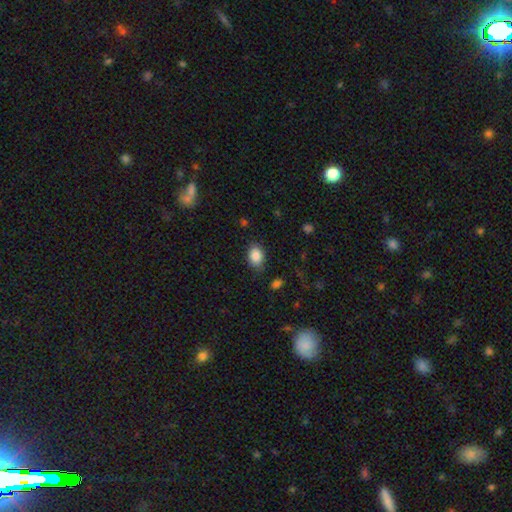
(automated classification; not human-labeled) A smooth galaxy with no disk features (87%) that is in between round and cigar-shaped (79%).

Vote fractions:
- Smooth or featured? smooth: 87% / star or artifact: 8% / featured or disk: 5%
- How rounded? in between: 79% / round: 20% / cigar-shaped: 1%
- Merging? none: 80% / minor disturbance: 15% / major disturbance: 3% / merger: 1%